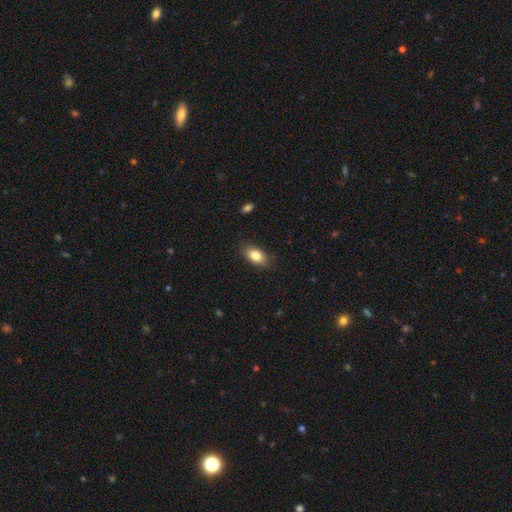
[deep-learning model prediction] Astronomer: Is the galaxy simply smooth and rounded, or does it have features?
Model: smooth — 84%.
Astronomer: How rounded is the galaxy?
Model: in between — 90%.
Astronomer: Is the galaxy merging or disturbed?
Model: none — 86%.